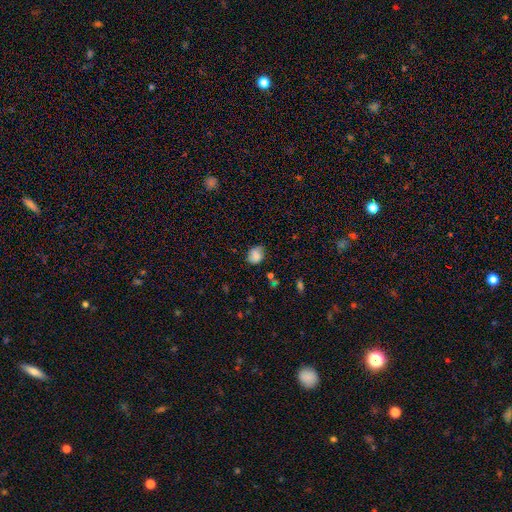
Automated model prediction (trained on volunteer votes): smooth_or_featured: smooth (p=0.81) [alt: star or artifact p=0.10]
how_rounded: round (p=0.57) [alt: in between p=0.42]
merging: none (p=0.66) [alt: minor disturbance p=0.26]